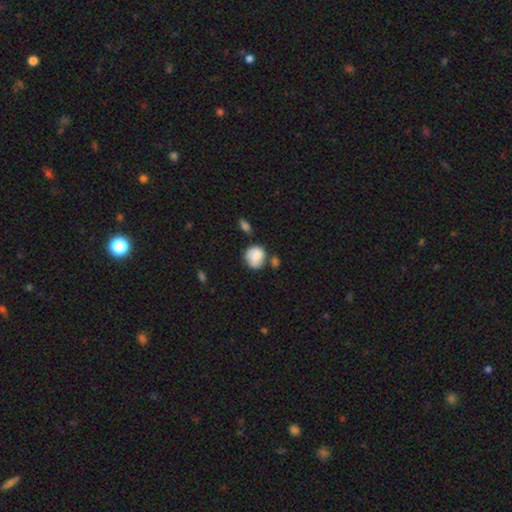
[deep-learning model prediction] This appears to be a smooth galaxy with no disk features (77%) that is round (76%). Merging: none (49%).